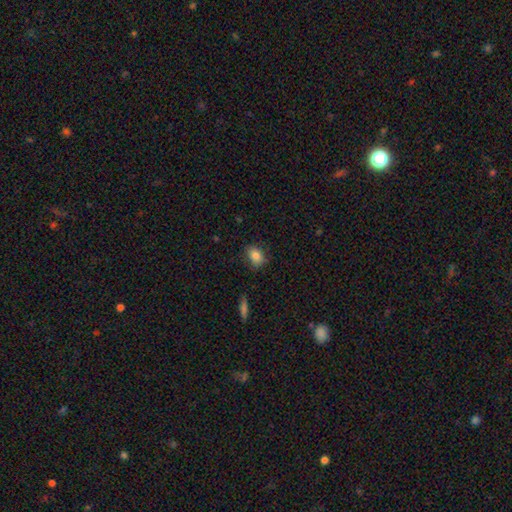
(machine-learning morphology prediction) smooth-or-featured: smooth: 82% | star or artifact: 9% | featured or disk: 9%
  how-rounded: in between: 70% | round: 28% | cigar-shaped: 2%
  merging: none: 80% | minor disturbance: 15% | major disturbance: 3% | merger: 1%